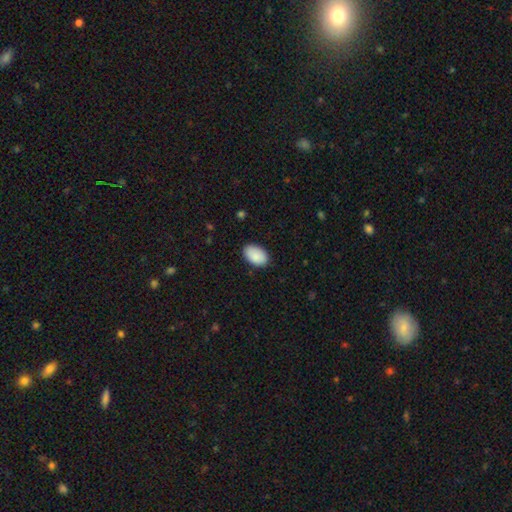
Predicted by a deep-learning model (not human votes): Smooth or featured: smooth — 90% (star or artifact — 6%)
How rounded: in between — 93% (round — 6%)
Merging: none — 85% (minor disturbance — 12%)